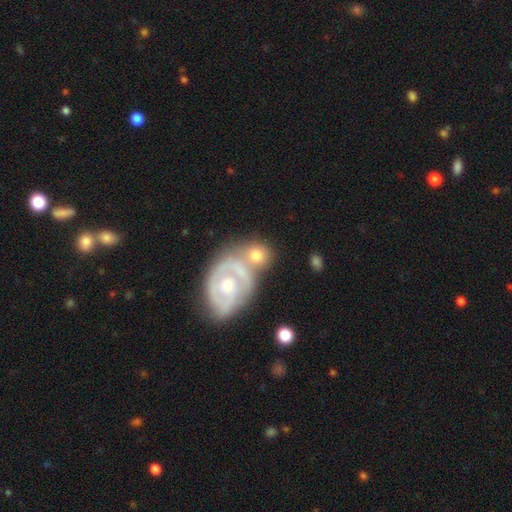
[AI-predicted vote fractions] A smooth galaxy with no disk features (58%) that is round (66%).

Vote fractions:
- Smooth or featured? smooth: 58% / featured or disk: 35% / star or artifact: 7%
- How rounded? round: 66% / in between: 32% / cigar-shaped: 1%
- Merging? merger: 44% / none: 36% / minor disturbance: 13% / major disturbance: 8%